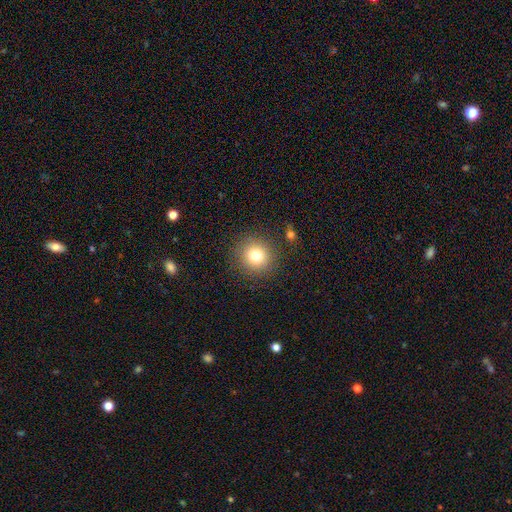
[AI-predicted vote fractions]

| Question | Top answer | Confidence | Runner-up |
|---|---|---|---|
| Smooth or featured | smooth | 78% | star or artifact (13%) |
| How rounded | round | 93% | in between (6%) |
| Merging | none | 88% | minor disturbance (7%) |